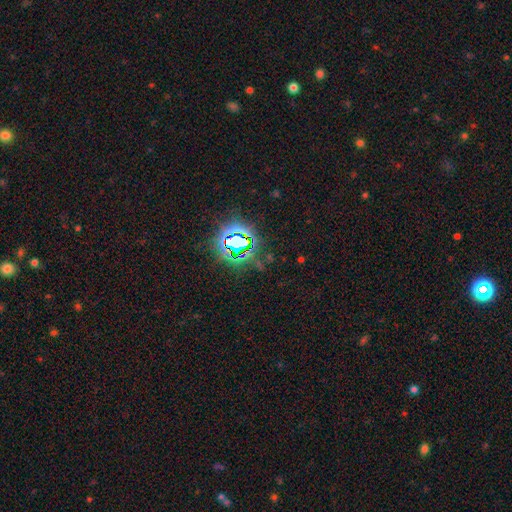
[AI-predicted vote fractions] Smooth or featured? star or artifact (82%)